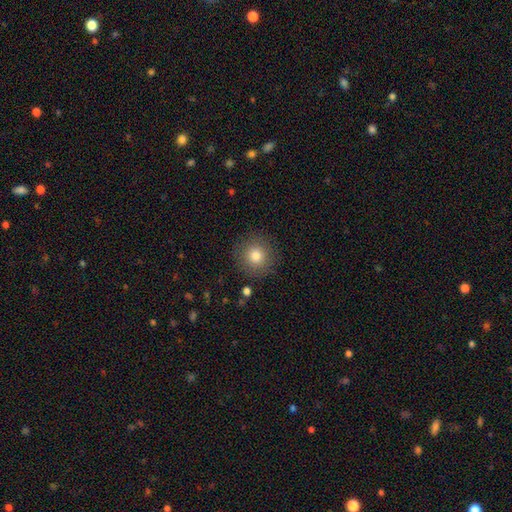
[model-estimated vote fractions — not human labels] Morphology: type=smooth (81%); roundness=round (95%); merging=none (89%).